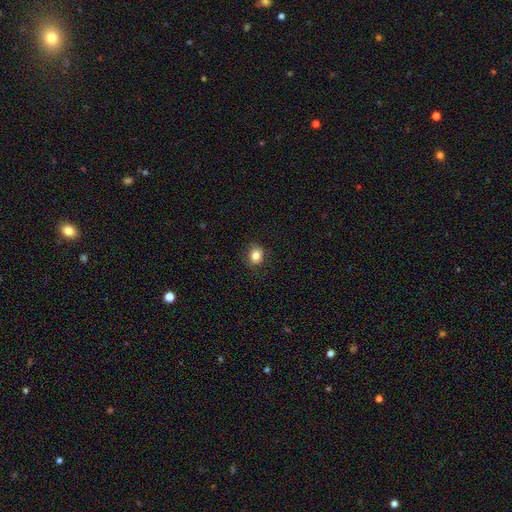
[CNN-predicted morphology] A smooth galaxy with no disk features (83%) that is round (63%). Merging: none (88%).